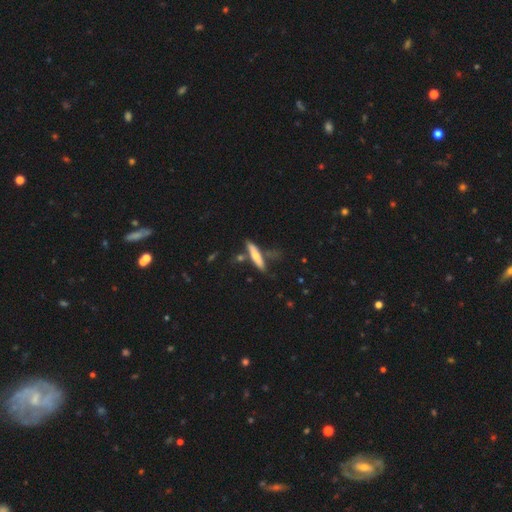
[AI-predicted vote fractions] Smooth or featured: smooth — 58% (featured or disk — 36%)
How rounded: cigar-shaped — 87% (in between — 11%)
Merging: none — 63% (minor disturbance — 20%)